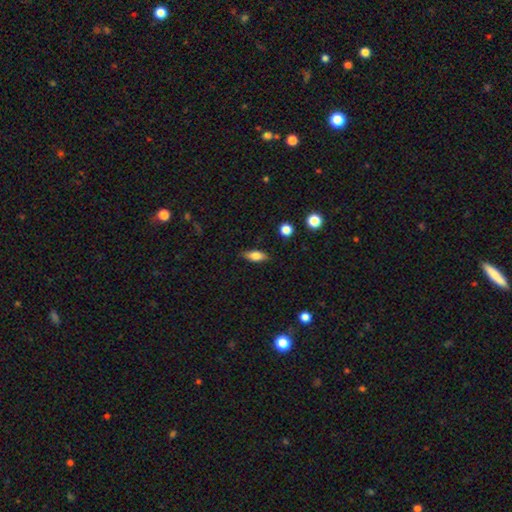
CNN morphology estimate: Smooth or featured? Predicted: smooth (p=0.74). How rounded? Predicted: in between (p=0.77). Merging? Predicted: none (p=0.85).